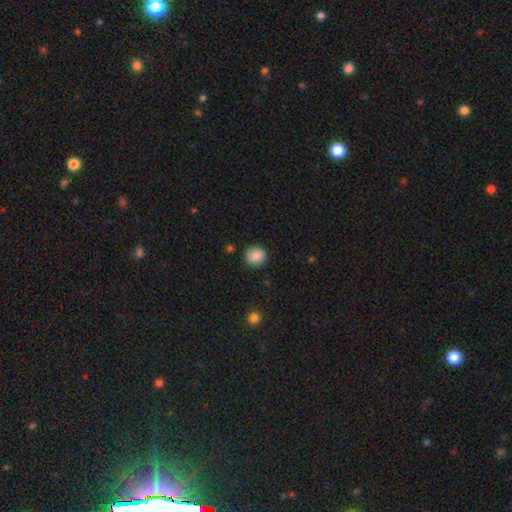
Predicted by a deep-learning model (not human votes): Smooth or featured? smooth (88%)
How rounded? round (92%)
Merging? none (89%)